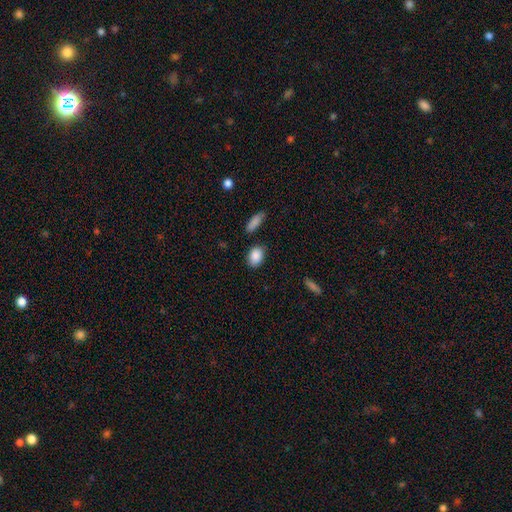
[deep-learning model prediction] smooth 88%, star or artifact 7%, featured or disk 5%. Down the decision tree: how rounded — in between (74%); merging — none (82%).